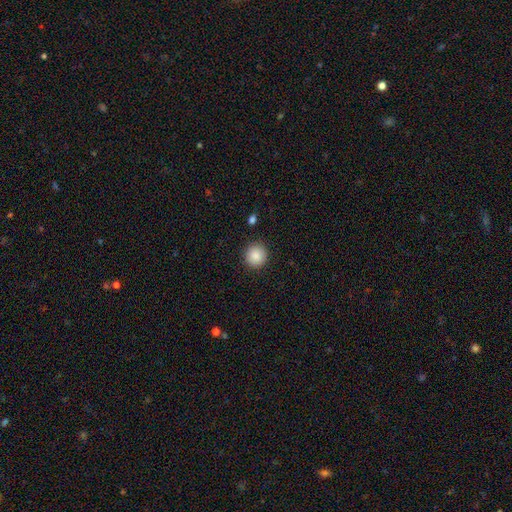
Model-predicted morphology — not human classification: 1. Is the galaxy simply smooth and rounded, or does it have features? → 88% smooth, 8% star or artifact, 4% featured or disk.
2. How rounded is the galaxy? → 93% round, 6% in between, 1% cigar-shaped.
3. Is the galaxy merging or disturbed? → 90% none, 6% minor disturbance, 2% major disturbance, 1% merger.